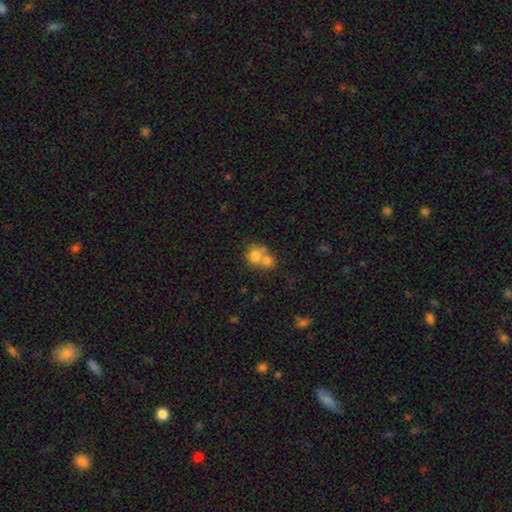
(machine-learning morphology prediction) smooth 73%, featured or disk 17%, star or artifact 10%. Down the decision tree: how rounded — round (71%); merging — merger (62%).